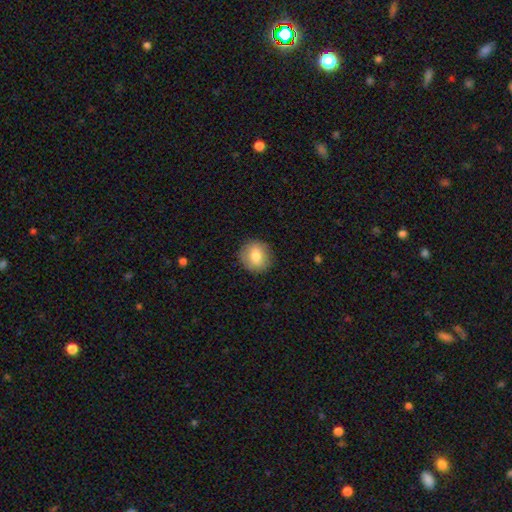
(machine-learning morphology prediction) smooth 79%, featured or disk 13%, star or artifact 8%. Down the decision tree: how rounded — round (88%); merging — none (89%).